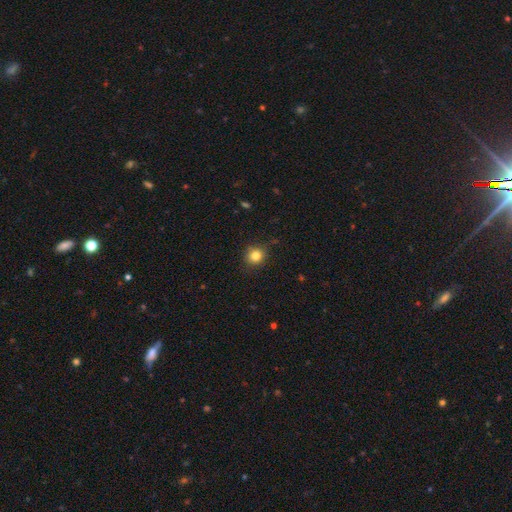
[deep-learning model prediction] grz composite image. It shows a smooth galaxy with no disk features (81%) that is round (82%). Merging: none (84%).